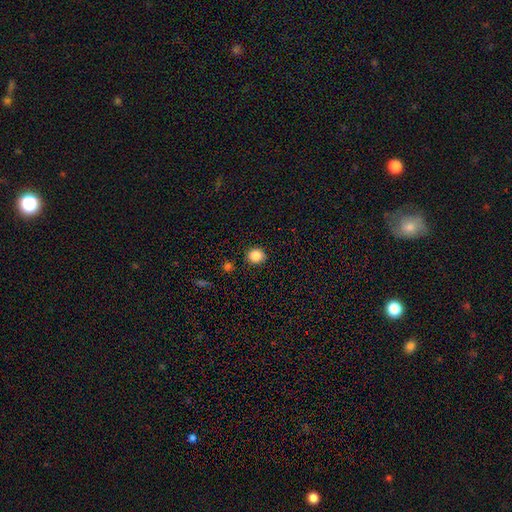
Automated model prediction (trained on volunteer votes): Smooth or featured? smooth (85%)
How rounded? round (88%)
Merging? none (90%)